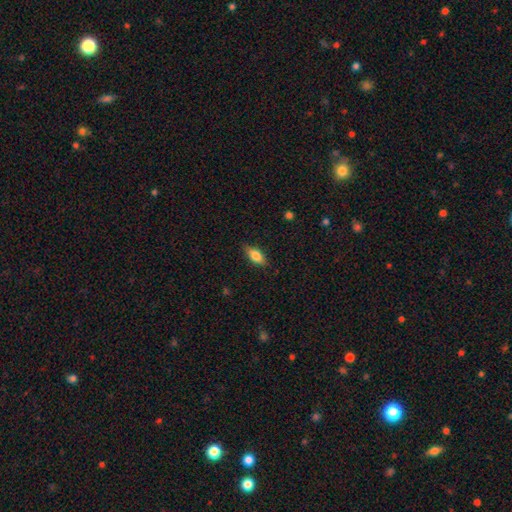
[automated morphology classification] smooth_or_featured: smooth (p=0.78) [alt: featured or disk p=0.15]
how_rounded: in between (p=0.81) [alt: cigar-shaped p=0.15]
merging: none (p=0.82) [alt: minor disturbance p=0.14]